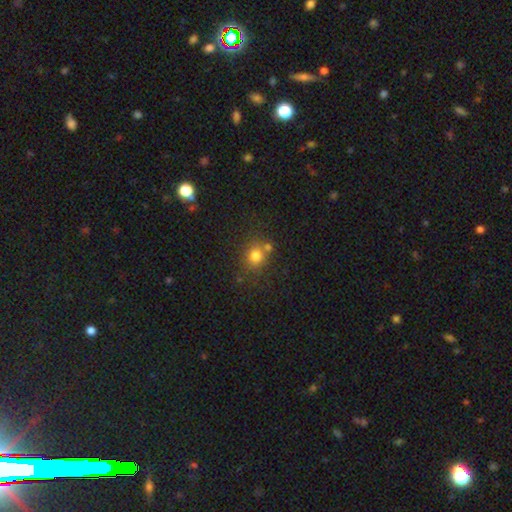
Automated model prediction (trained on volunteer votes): A smooth galaxy with no disk features (77%) that is round (78%). Merging: none (62%).